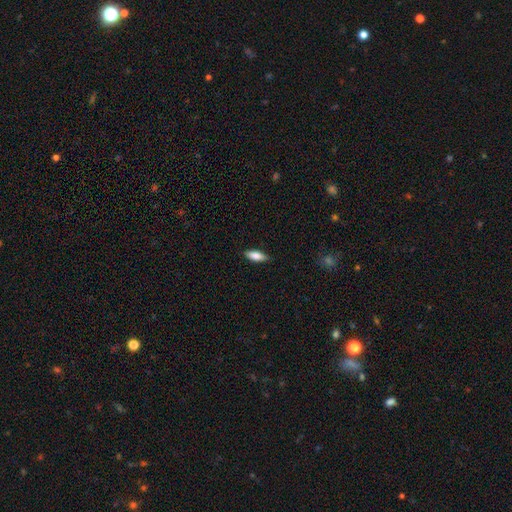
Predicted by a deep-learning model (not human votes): Morphology: type=smooth (81%); roundness=in between (68%); merging=none (84%).